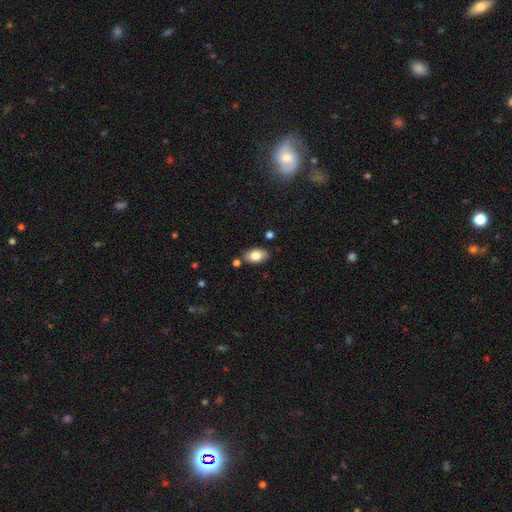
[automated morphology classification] Overall: smooth (81%). How rounded: in between (91%). Merging: none (81%).